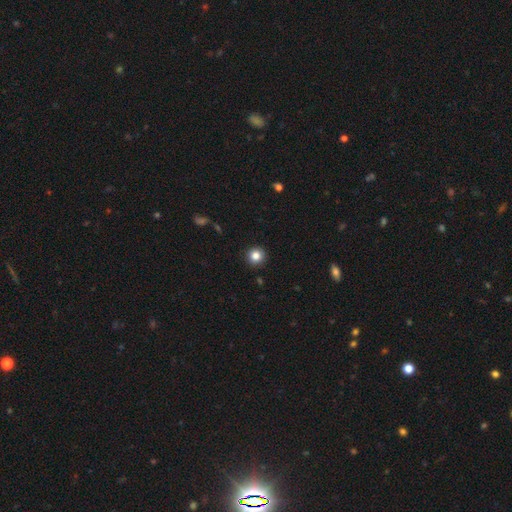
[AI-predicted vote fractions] A smooth galaxy with no disk features (84%) that is round (94%).

Vote fractions:
- Smooth or featured? smooth: 84% / star or artifact: 11% / featured or disk: 5%
- How rounded? round: 94% / in between: 5% / cigar-shaped: 1%
- Merging? none: 92% / minor disturbance: 6% / major disturbance: 2% / merger: 1%